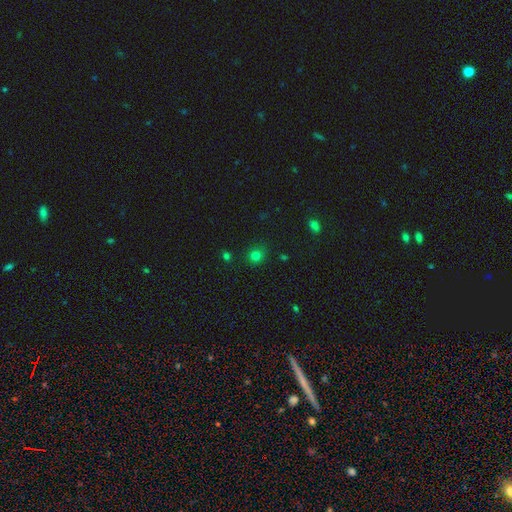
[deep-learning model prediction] A smooth galaxy with no disk features (77%) that is round (85%). Merging: none (84%).